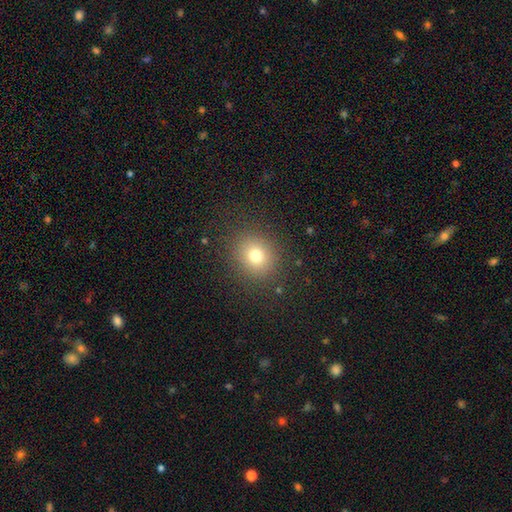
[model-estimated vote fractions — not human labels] Smooth or featured: smooth — 75% (star or artifact — 15%)
How rounded: round — 80% (in between — 19%)
Merging: none — 87% (minor disturbance — 8%)